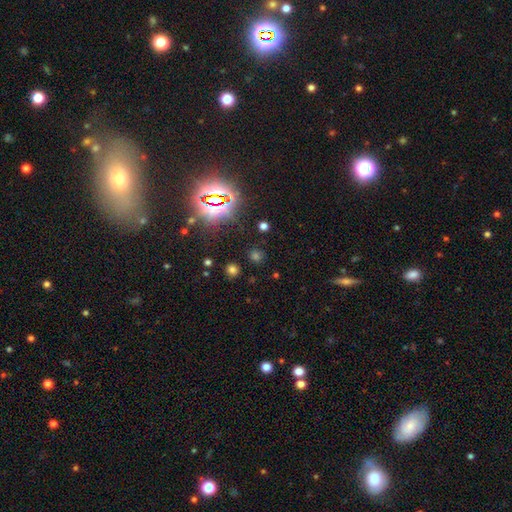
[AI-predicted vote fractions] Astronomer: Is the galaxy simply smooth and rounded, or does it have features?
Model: star or artifact — 57% (runner-up: smooth, 35%).